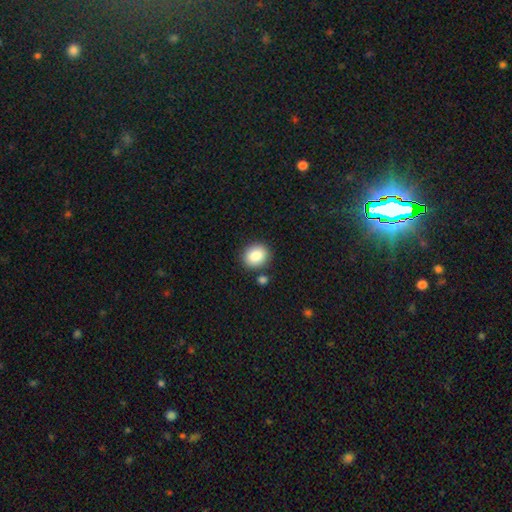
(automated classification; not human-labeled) This is clearly a smooth galaxy (86%). How rounded: likely round (68%). Merging: clearly none (82%).